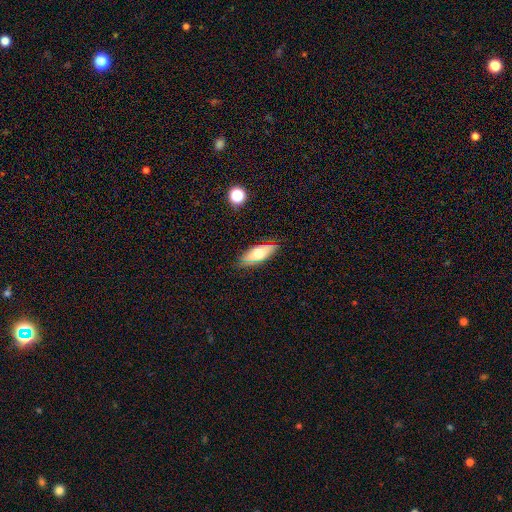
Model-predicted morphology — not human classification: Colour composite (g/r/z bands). It shows a smooth galaxy with no disk features (59%) that is in between round and cigar-shaped (58%). Merging: none (87%).